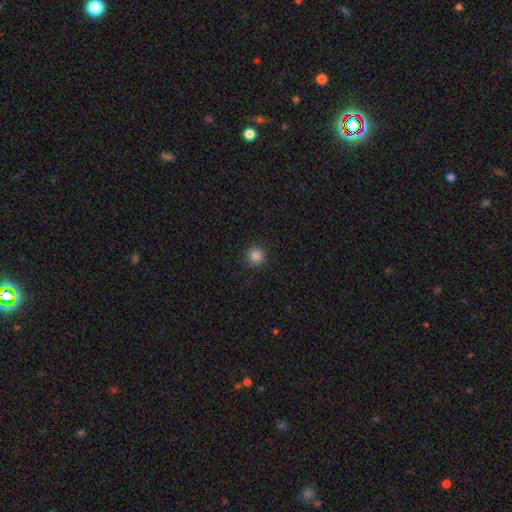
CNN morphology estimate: smooth-or-featured: smooth: 85% | star or artifact: 11% | featured or disk: 3%
  how-rounded: round: 95% | in between: 4% | cigar-shaped: 1%
  merging: none: 91% | minor disturbance: 6% | major disturbance: 2% | merger: 1%